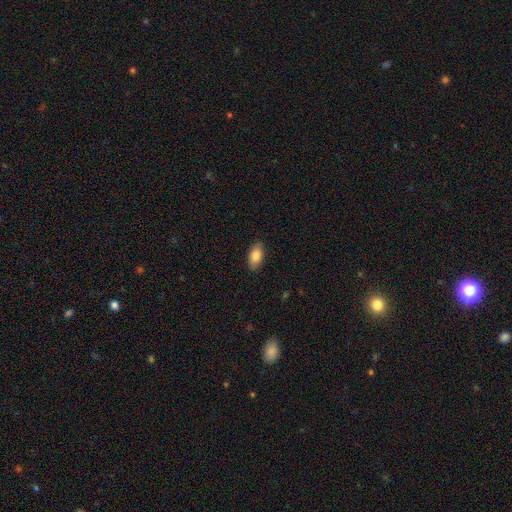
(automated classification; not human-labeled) Morphology: type=smooth (84%); roundness=in between (92%); merging=none (88%).